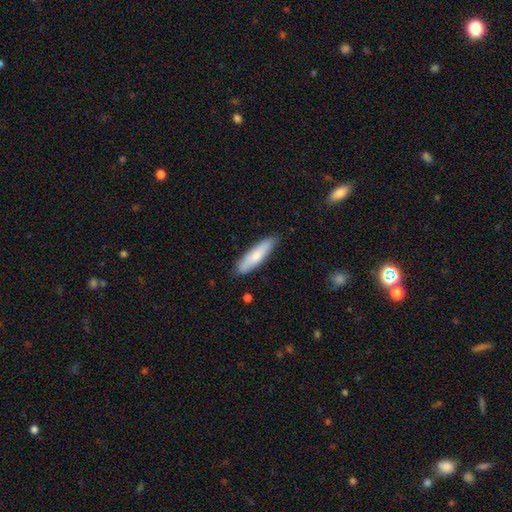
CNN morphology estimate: This appears to be a smooth galaxy with no disk features (74%) that is cigar-shaped (71%). Merging: none (85%).